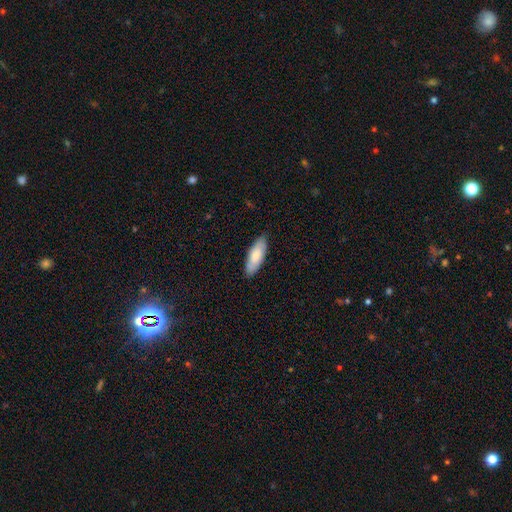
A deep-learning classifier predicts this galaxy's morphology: smooth-or-featured: smooth: 78% | featured or disk: 16% | star or artifact: 5%
  how-rounded: in between: 68% | cigar-shaped: 31% | round: 2%
  merging: none: 85% | minor disturbance: 12% | major disturbance: 2% | merger: 1%